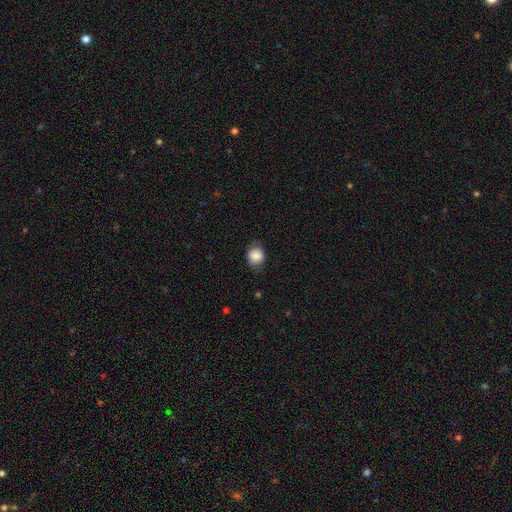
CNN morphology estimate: Overall: smooth (84%). How rounded: round (69%; in between 30%). Merging: none (75%).